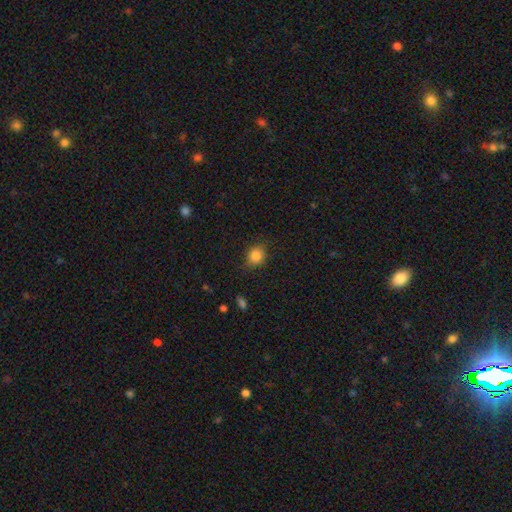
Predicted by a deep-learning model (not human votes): Overall: smooth (85%). How rounded: round (69%; in between 30%). Merging: none (78%).